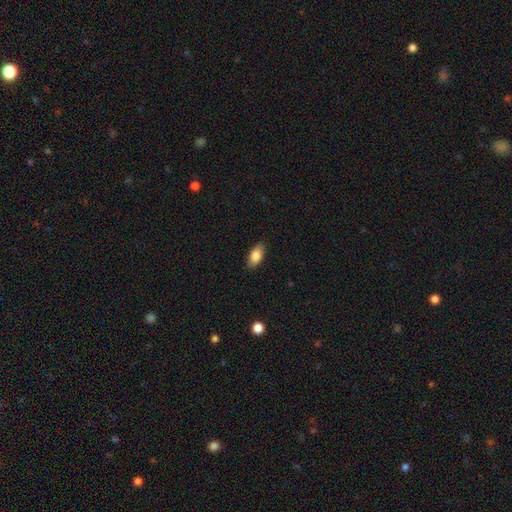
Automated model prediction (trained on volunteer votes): smooth-or-featured: smooth: 83% | featured or disk: 10% | star or artifact: 7%
  how-rounded: in between: 90% | cigar-shaped: 6% | round: 3%
  merging: none: 87% | minor disturbance: 10% | major disturbance: 2% | merger: 1%